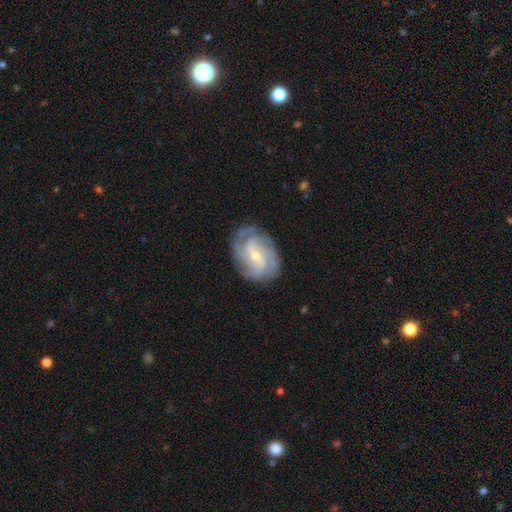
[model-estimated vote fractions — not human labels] Overall: featured or disk (83%). Edge-on disk: no (97%). Bar: weak (46%; no 42%). Spiral arms: yes (95%). Spiral arm count: can't tell (30%; 3 22%). Spiral winding: tight (54%; medium 35%). Bulge size: small (57%; moderate 40%). Merging: none (76%).